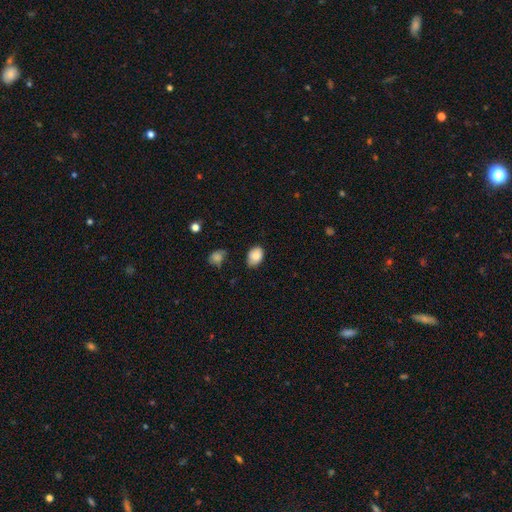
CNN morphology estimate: Smooth or featured?
  - smooth: 86% *
  - star or artifact: 8%
  - featured or disk: 6%
How rounded?
  - in between: 78% *
  - round: 21%
  - cigar-shaped: 1%
Merging?
  - none: 68% *
  - minor disturbance: 26%
  - major disturbance: 4%
  - merger: 2%